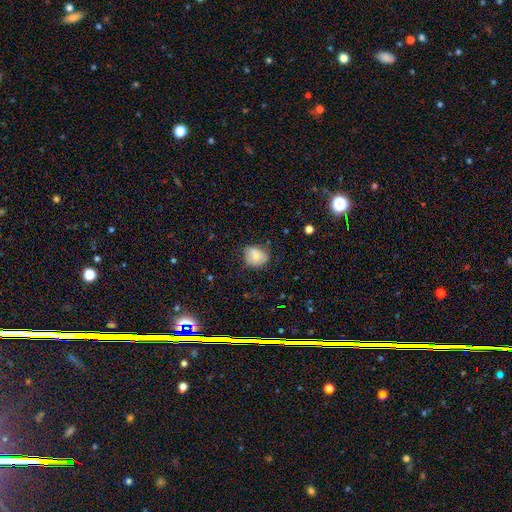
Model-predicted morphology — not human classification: smooth_or_featured: smooth (p=0.77) [alt: featured or disk p=0.14]
how_rounded: round (p=0.60) [alt: in between p=0.39]
merging: none (p=0.62) [alt: minor disturbance p=0.26]